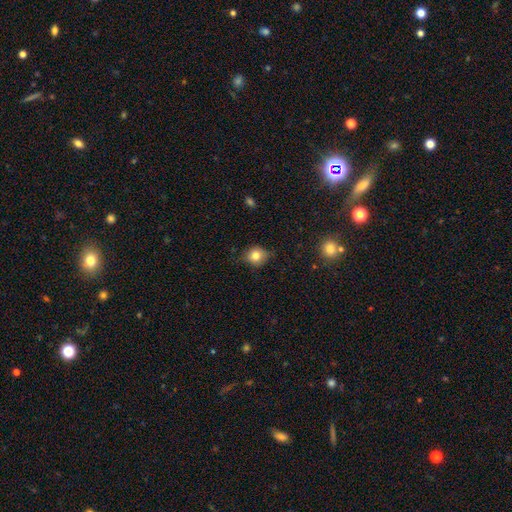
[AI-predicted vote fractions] Smooth or featured?
  - smooth: 80% *
  - star or artifact: 10%
  - featured or disk: 9%
How rounded?
  - round: 71% *
  - in between: 28%
  - cigar-shaped: 1%
Merging?
  - none: 72% *
  - minor disturbance: 22%
  - major disturbance: 4%
  - merger: 1%